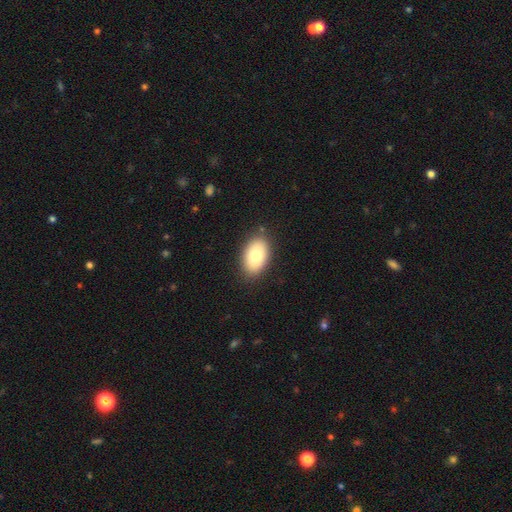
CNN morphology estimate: smooth 80%, featured or disk 13%, star or artifact 7%. Down the decision tree: how rounded — in between (92%); merging — none (86%).